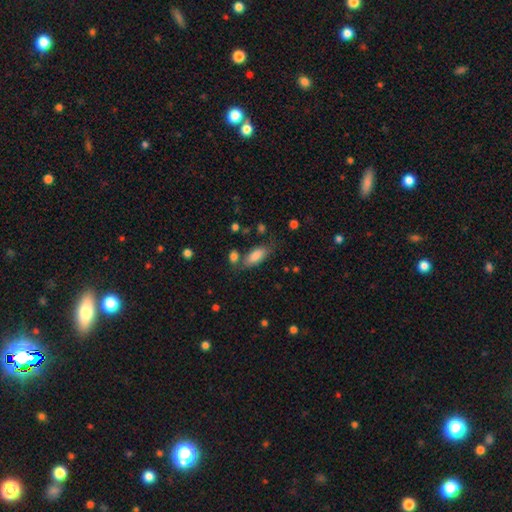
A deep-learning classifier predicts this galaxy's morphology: Overall: smooth (82%). How rounded: in between (78%). Merging: none (68%).